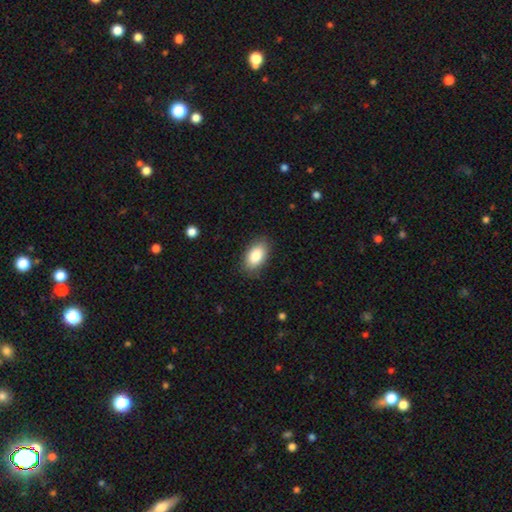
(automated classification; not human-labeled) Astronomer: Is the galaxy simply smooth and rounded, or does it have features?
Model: smooth — 86%.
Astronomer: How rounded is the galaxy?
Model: in between — 93%.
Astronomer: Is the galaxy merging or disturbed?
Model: none — 85%.